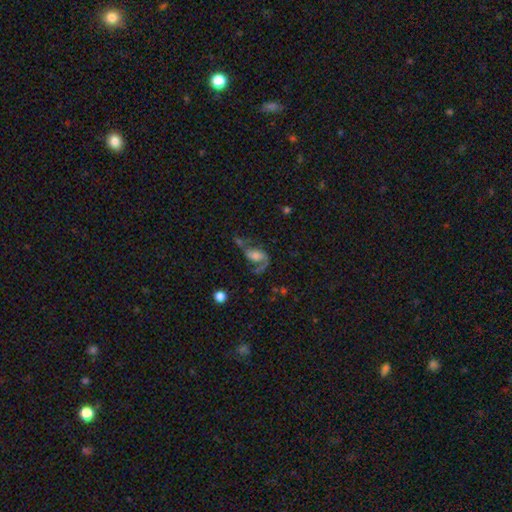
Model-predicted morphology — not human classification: Overall: featured or disk (73%). Edge-on disk: no (97%). Bar: no (52%; weak 35%). Spiral arms: yes (91%). Spiral arm count: 2 (77%). Spiral winding: loose (63%; medium 30%). Bulge size: moderate (31%; small 24%). Merging: none (37%; major disturbance 31%).